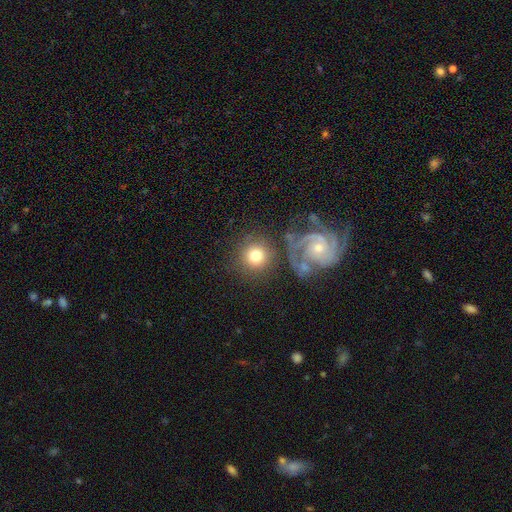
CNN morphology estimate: type=smooth (70%); roundness=round (91%); merging=none (70%).